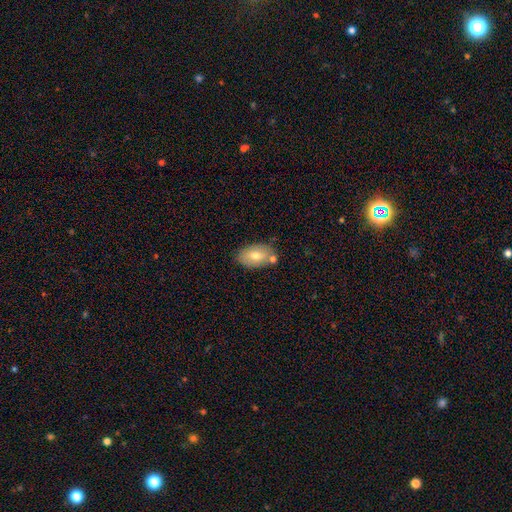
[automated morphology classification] Q: Smooth or featured?
A: smooth (72%); runner-up: featured or disk (21%)
Q: How rounded?
A: in between (91%); runner-up: round (8%)
Q: Merging?
A: none (72%); runner-up: minor disturbance (14%)